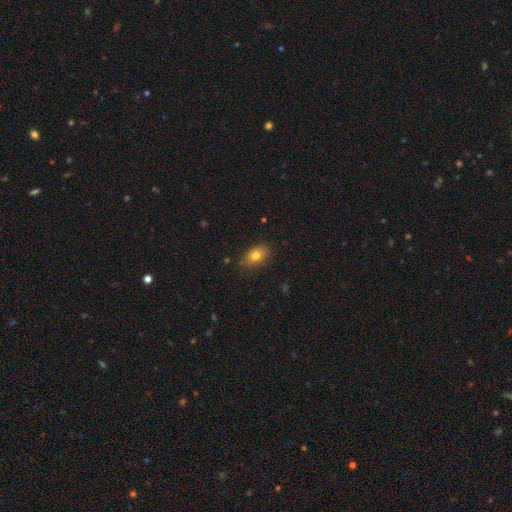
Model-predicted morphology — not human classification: This appears to be a smooth galaxy with no disk features (79%) that is in between round and cigar-shaped (81%). Merging: none (77%).